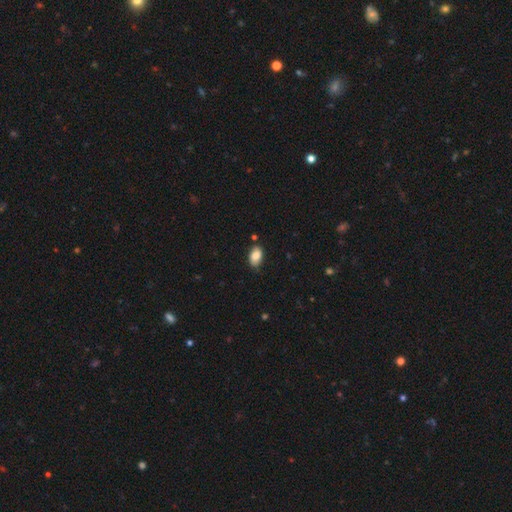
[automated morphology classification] Smooth or featured: smooth — 85% (featured or disk — 8%)
How rounded: in between — 92% (round — 6%)
Merging: none — 79% (minor disturbance — 16%)